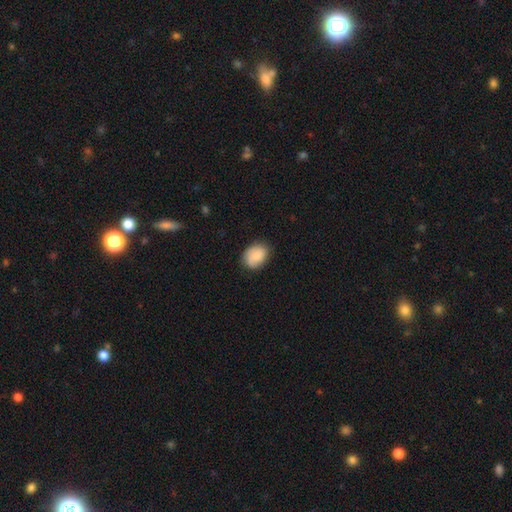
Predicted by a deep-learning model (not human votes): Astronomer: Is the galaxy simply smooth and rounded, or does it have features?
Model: smooth — 71%.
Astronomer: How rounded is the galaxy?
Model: in between — 66%.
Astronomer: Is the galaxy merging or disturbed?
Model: none — 74%.